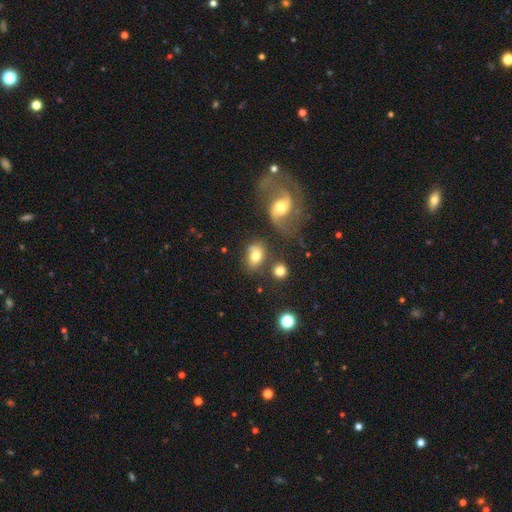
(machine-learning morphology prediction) smooth_or_featured: smooth (p=0.70) [alt: featured or disk p=0.20]
how_rounded: in between (p=0.62) [alt: round p=0.36]
merging: none (p=0.60) [alt: minor disturbance p=0.17]